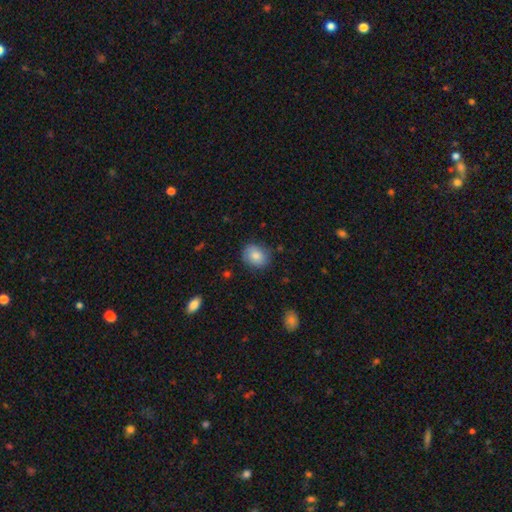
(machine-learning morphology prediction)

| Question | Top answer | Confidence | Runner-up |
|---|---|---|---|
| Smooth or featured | smooth | 83% | featured or disk (10%) |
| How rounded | round | 58% | in between (41%) |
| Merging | none | 82% | minor disturbance (14%) |